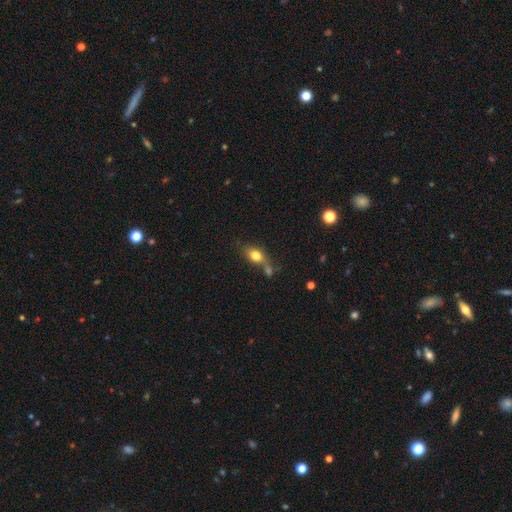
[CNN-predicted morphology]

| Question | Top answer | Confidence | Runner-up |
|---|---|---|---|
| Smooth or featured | smooth | 77% | featured or disk (13%) |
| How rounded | in between | 73% | round (23%) |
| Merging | none | 44% | merger (31%) |